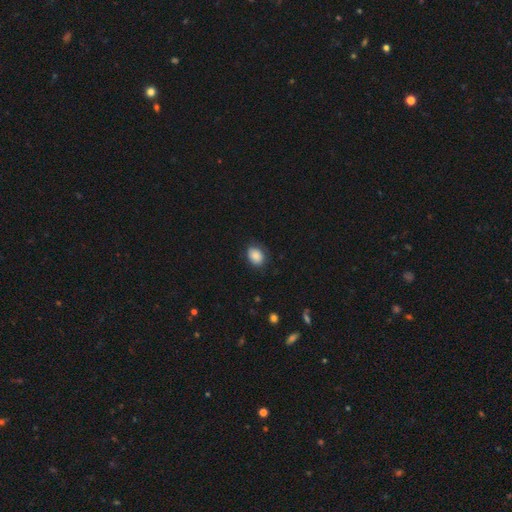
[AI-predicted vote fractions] Q: Smooth or featured?
A: smooth (85%); runner-up: star or artifact (8%)
Q: How rounded?
A: in between (67%); runner-up: round (32%)
Q: Merging?
A: none (77%); runner-up: minor disturbance (18%)